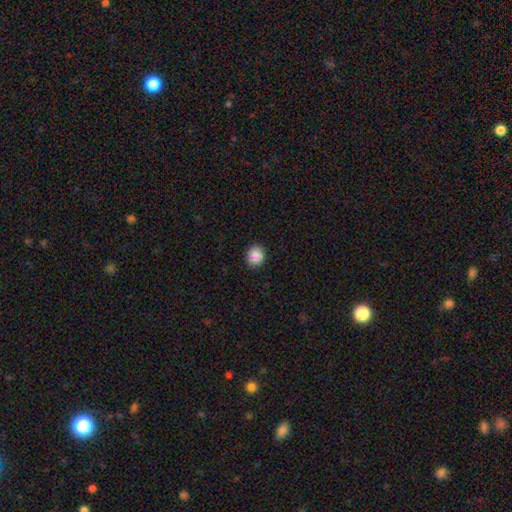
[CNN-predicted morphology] Q: Smooth or featured?
A: smooth (88%); runner-up: star or artifact (8%)
Q: How rounded?
A: round (81%); runner-up: in between (18%)
Q: Merging?
A: none (91%); runner-up: minor disturbance (6%)